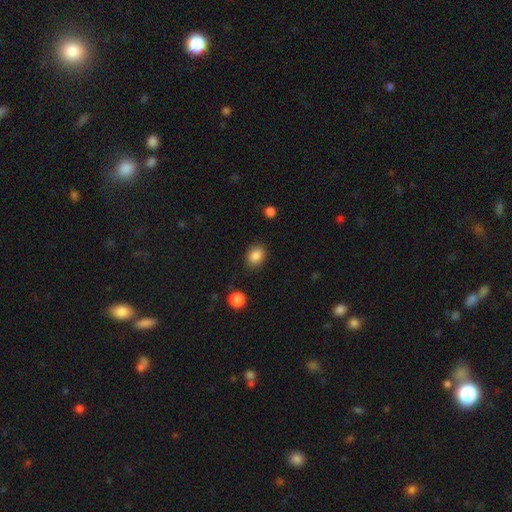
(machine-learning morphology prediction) Smooth or featured? smooth (87%)
How rounded? in between (58%)
Merging? none (86%)